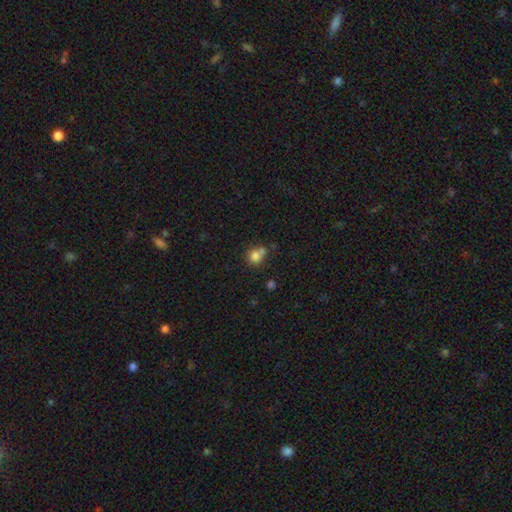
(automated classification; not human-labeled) This appears to be a smooth galaxy with no disk features (80%) that is round (86%). Merging: none (53%).